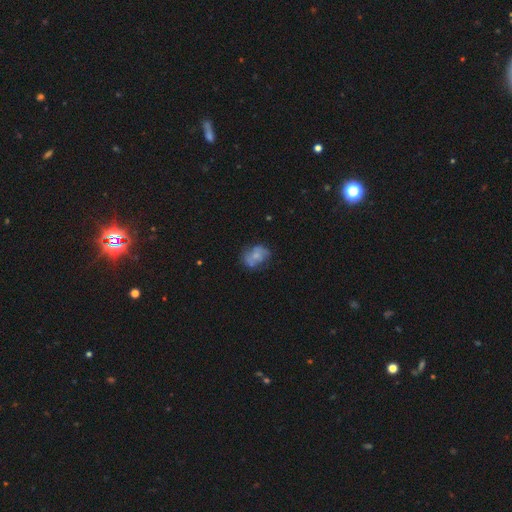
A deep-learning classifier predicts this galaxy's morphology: Overall: featured or disk (46%; smooth 45%). Merging: none (51%; minor disturbance 26%).